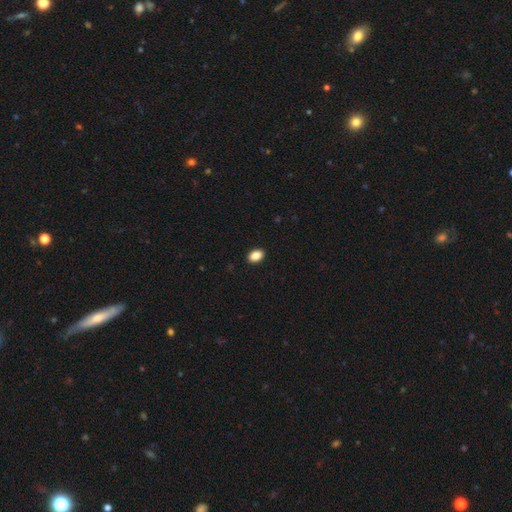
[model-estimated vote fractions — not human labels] A smooth galaxy with no disk features (87%) that is in between round and cigar-shaped (83%).

Vote fractions:
- Smooth or featured? smooth: 87% / star or artifact: 9% / featured or disk: 4%
- How rounded? in between: 83% / round: 16% / cigar-shaped: 1%
- Merging? none: 91% / minor disturbance: 6% / major disturbance: 2% / merger: 1%